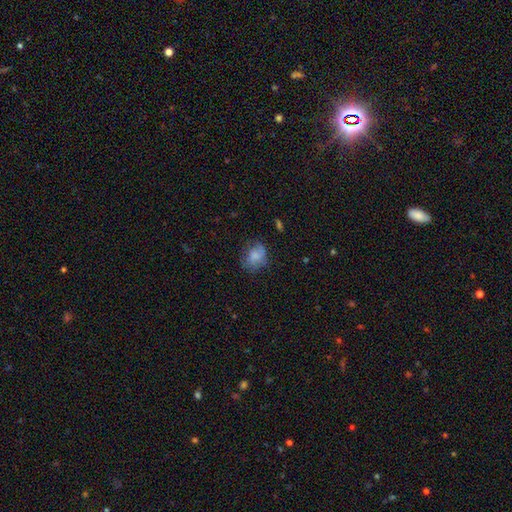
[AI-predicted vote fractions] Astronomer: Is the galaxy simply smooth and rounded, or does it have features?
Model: smooth — 65%.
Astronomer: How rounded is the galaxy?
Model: round — 51% (runner-up: in between, 48%).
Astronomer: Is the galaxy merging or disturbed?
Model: none — 57%.